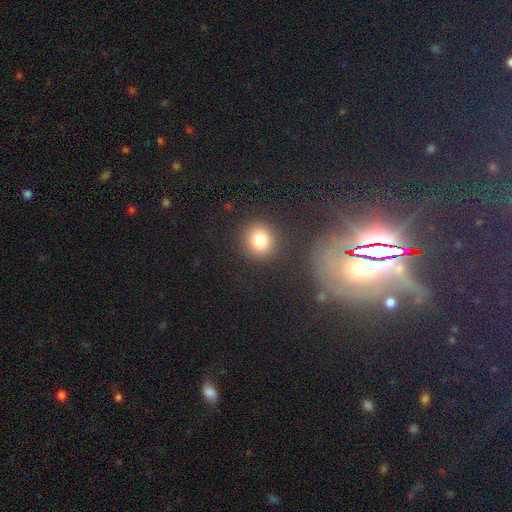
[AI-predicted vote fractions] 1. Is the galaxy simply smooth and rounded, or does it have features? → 54% star or artifact, 34% smooth, 12% featured or disk.